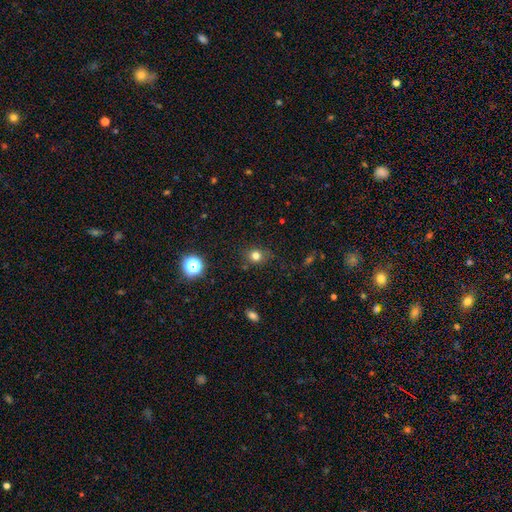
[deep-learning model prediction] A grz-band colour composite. It shows a smooth galaxy with no disk features (76%) that is round (80%). Merging: none (81%).